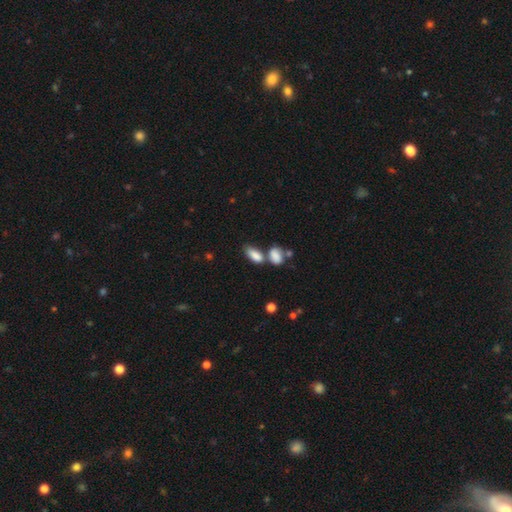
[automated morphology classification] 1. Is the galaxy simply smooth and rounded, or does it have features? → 85% smooth, 8% featured or disk, 7% star or artifact.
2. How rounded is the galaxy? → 88% in between, 7% cigar-shaped, 5% round.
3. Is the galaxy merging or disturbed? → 43% merger, 38% none, 13% minor disturbance, 6% major disturbance.